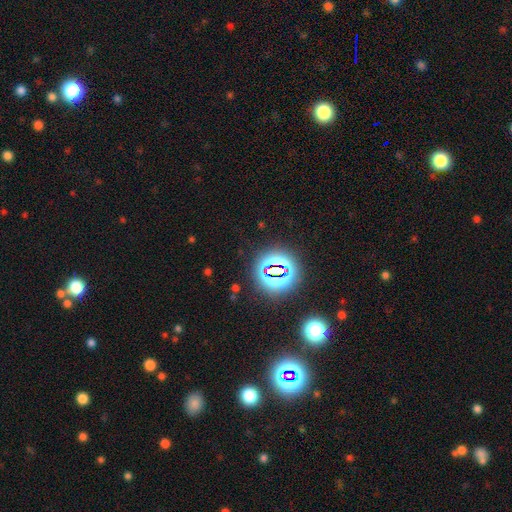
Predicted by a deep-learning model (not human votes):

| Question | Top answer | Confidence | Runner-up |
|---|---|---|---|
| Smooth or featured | star or artifact | 76% | smooth (15%) |